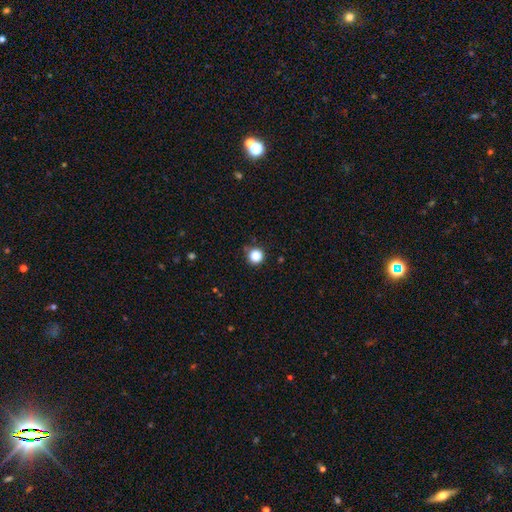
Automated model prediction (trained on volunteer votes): Q: Smooth or featured?
A: smooth (86%); runner-up: star or artifact (12%)
Q: How rounded?
A: round (96%); runner-up: in between (3%)
Q: Merging?
A: none (89%); runner-up: minor disturbance (7%)